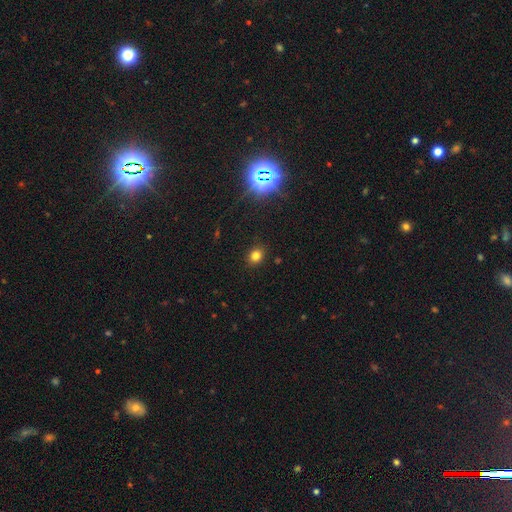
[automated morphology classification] A smooth galaxy with no disk features (77%) that is round (65%).

Vote fractions:
- Smooth or featured? smooth: 77% / star or artifact: 17% / featured or disk: 6%
- How rounded? round: 65% / in between: 34% / cigar-shaped: 1%
- Merging? none: 89% / minor disturbance: 8% / major disturbance: 2% / merger: 1%